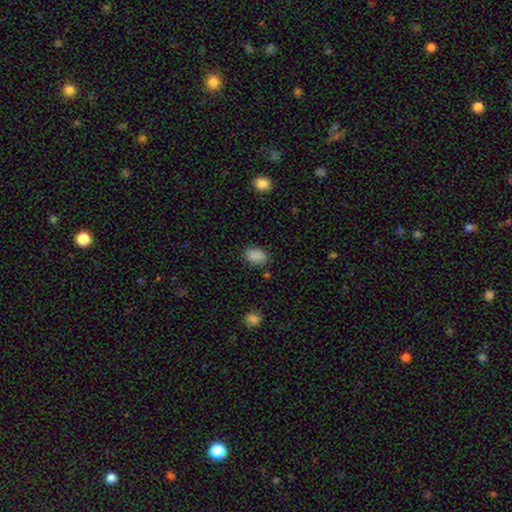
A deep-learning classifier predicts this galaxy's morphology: Smooth or featured?
  - smooth: 88% *
  - star or artifact: 9%
  - featured or disk: 3%
How rounded?
  - in between: 78% *
  - round: 21%
  - cigar-shaped: 1%
Merging?
  - none: 83% *
  - minor disturbance: 12%
  - major disturbance: 3%
  - merger: 2%